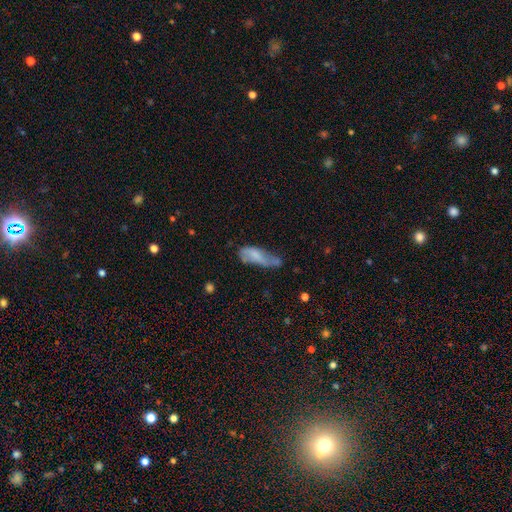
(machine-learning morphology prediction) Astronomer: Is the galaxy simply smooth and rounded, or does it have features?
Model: smooth — 58% (runner-up: featured or disk, 33%).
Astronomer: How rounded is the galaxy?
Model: in between — 62%.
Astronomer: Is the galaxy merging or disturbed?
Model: minor disturbance — 33% (runner-up: none, 28%).